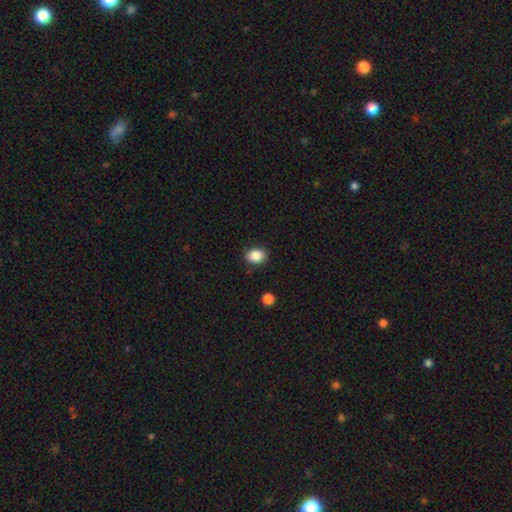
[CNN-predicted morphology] Smooth or featured? Predicted: smooth (p=0.86). How rounded? Predicted: in between (p=0.59). Merging? Predicted: none (p=0.87).